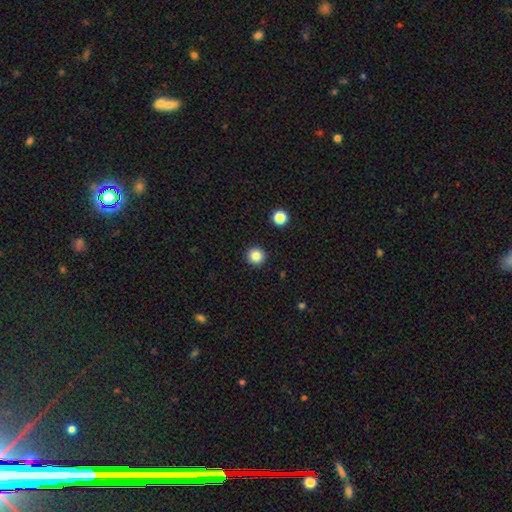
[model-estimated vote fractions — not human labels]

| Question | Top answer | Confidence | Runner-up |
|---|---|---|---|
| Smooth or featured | smooth | 84% | star or artifact (11%) |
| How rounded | round | 95% | in between (4%) |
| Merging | none | 93% | minor disturbance (4%) |